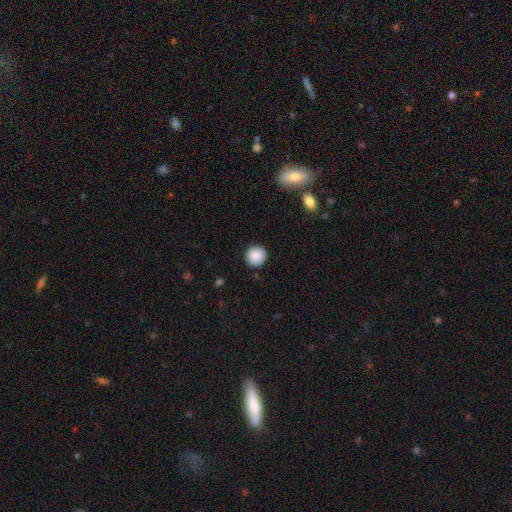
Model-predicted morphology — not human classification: smooth_or_featured: smooth (p=0.88) [alt: star or artifact p=0.08]
how_rounded: round (p=0.95) [alt: in between p=0.04]
merging: none (p=0.91) [alt: minor disturbance p=0.06]